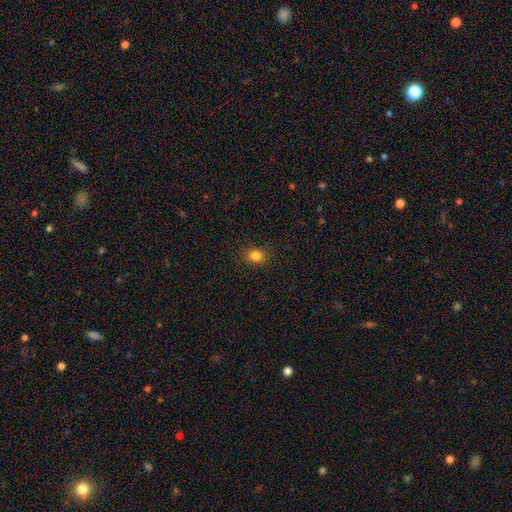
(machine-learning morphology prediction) Overall: smooth (82%). How rounded: round (68%; in between 31%). Merging: none (88%).